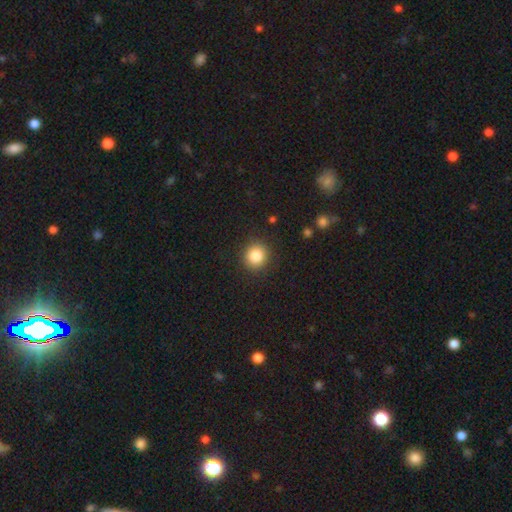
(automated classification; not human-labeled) This appears to be a smooth galaxy with no disk features (85%) that is round (91%). Merging: none (90%).